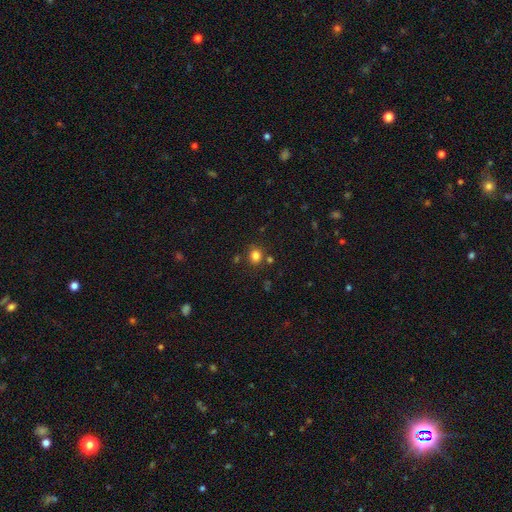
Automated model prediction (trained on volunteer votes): smooth-or-featured: smooth: 80% | star or artifact: 14% | featured or disk: 5%
  how-rounded: round: 79% | in between: 21% | cigar-shaped: 1%
  merging: none: 81% | minor disturbance: 10% | merger: 7% | major disturbance: 3%